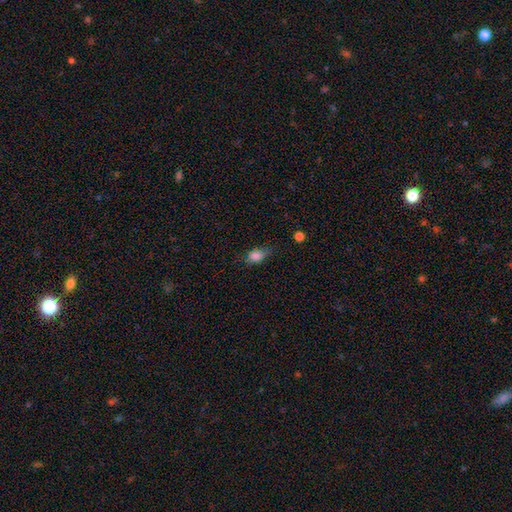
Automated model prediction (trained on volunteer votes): This is clearly a smooth galaxy (81%). How rounded: likely in between (78%). Merging: possibly none (54%).